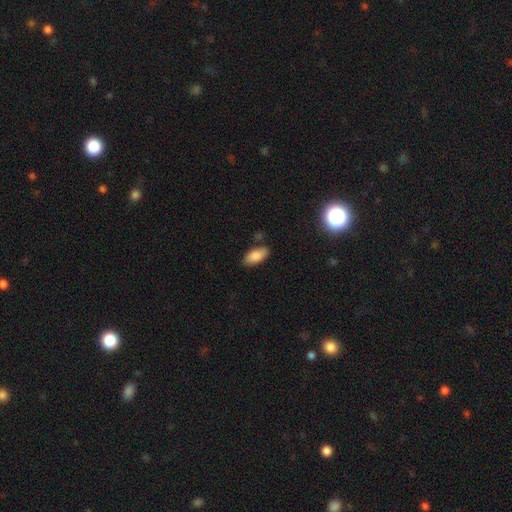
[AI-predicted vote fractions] Overall: smooth (85%). How rounded: in between (90%). Merging: none (79%).